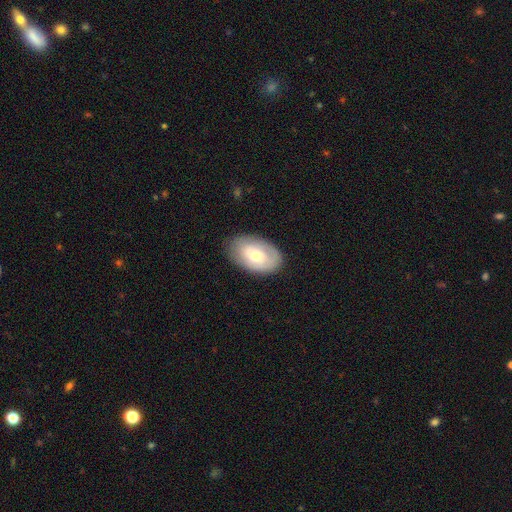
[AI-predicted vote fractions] Overall: smooth (58%; featured or disk 36%). How rounded: in between (90%). Merging: none (81%).